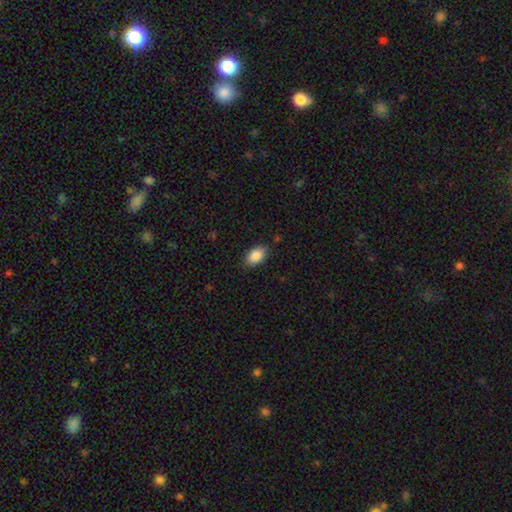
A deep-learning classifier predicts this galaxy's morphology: Smooth or featured?
  - smooth: 88% *
  - star or artifact: 7%
  - featured or disk: 5%
How rounded?
  - in between: 91% *
  - round: 7%
  - cigar-shaped: 2%
Merging?
  - none: 83% *
  - minor disturbance: 13%
  - major disturbance: 3%
  - merger: 1%